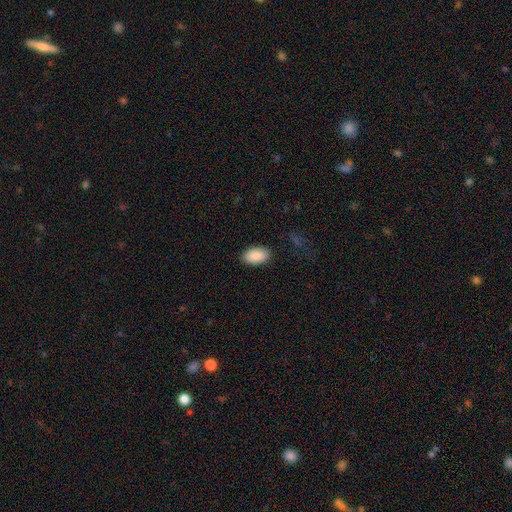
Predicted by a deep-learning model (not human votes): Smooth or featured? Predicted: smooth (p=0.89). How rounded? Predicted: in between (p=0.94). Merging? Predicted: none (p=0.88).